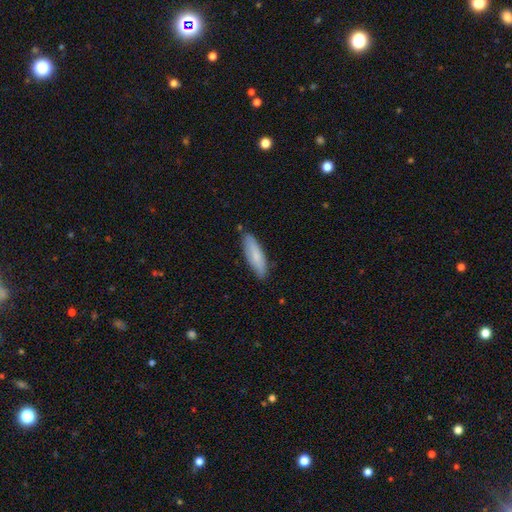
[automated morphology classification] Smooth or featured: smooth — 76% (featured or disk — 18%)
How rounded: cigar-shaped — 56% (in between — 43%)
Merging: none — 81% (minor disturbance — 15%)